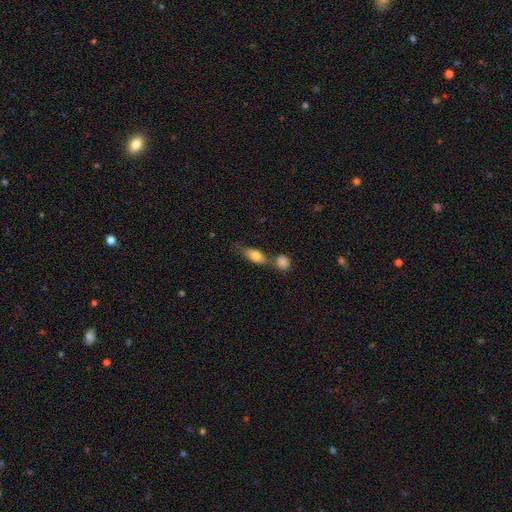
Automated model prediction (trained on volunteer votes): Morphology: type=smooth (76%); roundness=in between (78%); merging=none (45%).